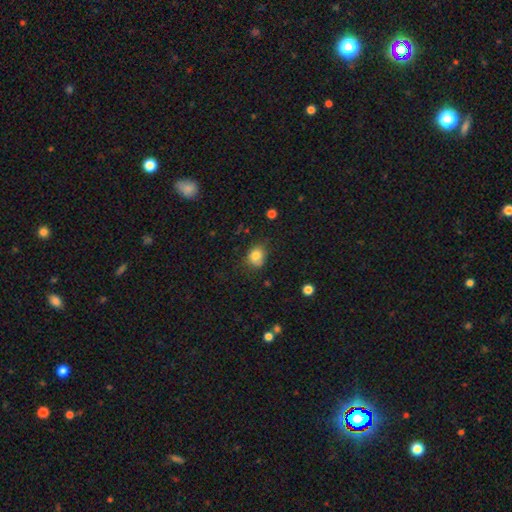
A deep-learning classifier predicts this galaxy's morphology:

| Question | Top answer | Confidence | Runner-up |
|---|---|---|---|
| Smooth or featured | smooth | 82% | star or artifact (10%) |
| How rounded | round | 59% | in between (40%) |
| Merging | none | 67% | minor disturbance (25%) |